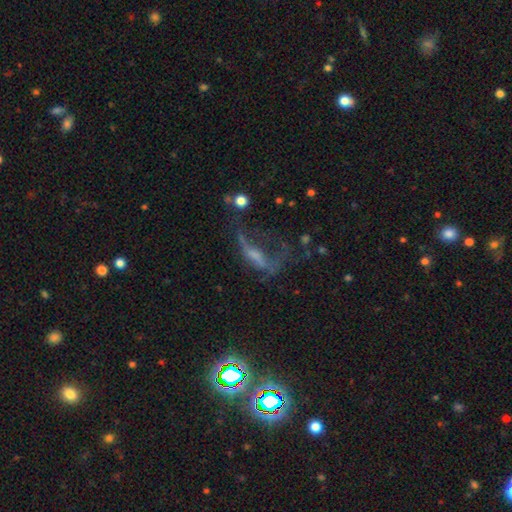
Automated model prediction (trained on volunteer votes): Smooth or featured? featured or disk (53%)
Edge-on disk? no (72%)
Merging? major disturbance (52%)